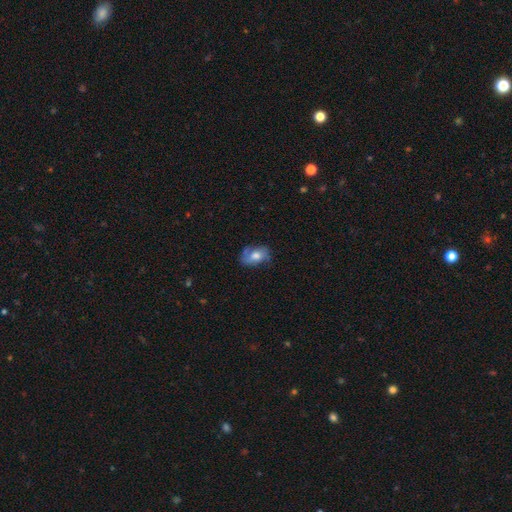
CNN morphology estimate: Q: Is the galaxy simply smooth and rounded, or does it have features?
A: smooth — 56%.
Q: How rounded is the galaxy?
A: in between — 86%.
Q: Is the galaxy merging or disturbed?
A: none — 57%.